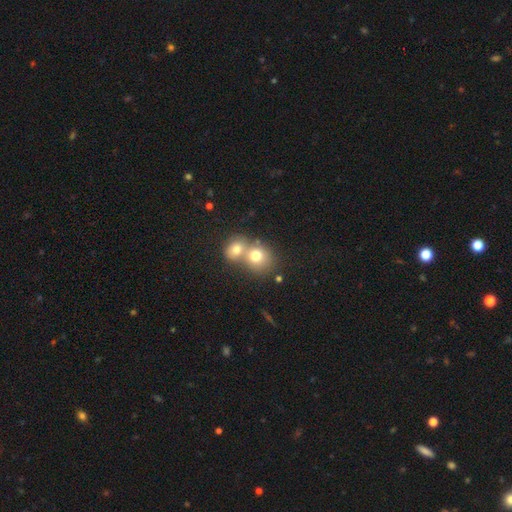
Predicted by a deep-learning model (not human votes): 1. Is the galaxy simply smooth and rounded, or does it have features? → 73% smooth, 15% featured or disk, 12% star or artifact.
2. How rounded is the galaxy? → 74% round, 25% in between, 1% cigar-shaped.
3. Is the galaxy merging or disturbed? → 60% merger, 31% none, 6% minor disturbance, 3% major disturbance.